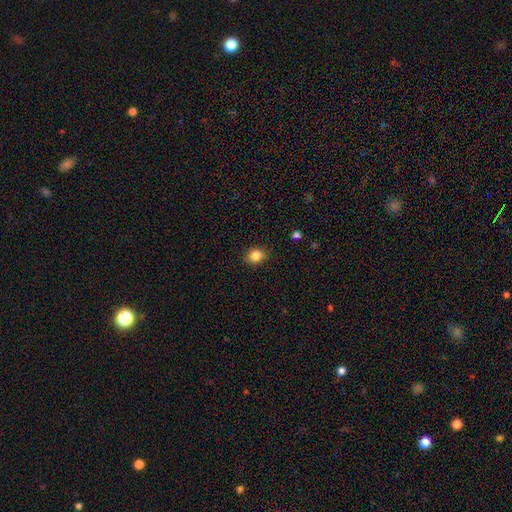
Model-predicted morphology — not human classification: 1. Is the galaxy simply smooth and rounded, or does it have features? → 85% smooth, 11% star or artifact, 5% featured or disk.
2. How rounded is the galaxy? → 67% round, 32% in between, 1% cigar-shaped.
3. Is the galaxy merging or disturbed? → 88% none, 9% minor disturbance, 2% major disturbance, 1% merger.